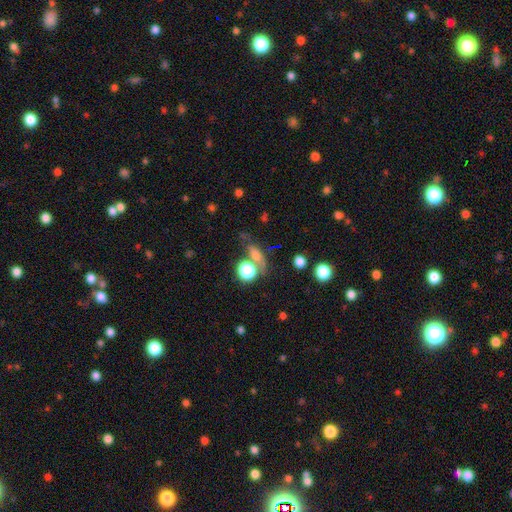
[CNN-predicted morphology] Smooth or featured?
  - smooth: 63% *
  - star or artifact: 21%
  - featured or disk: 16%
How rounded?
  - in between: 49% *
  - round: 34%
  - cigar-shaped: 17%
Merging?
  - none: 59% *
  - merger: 18%
  - minor disturbance: 15%
  - major disturbance: 8%